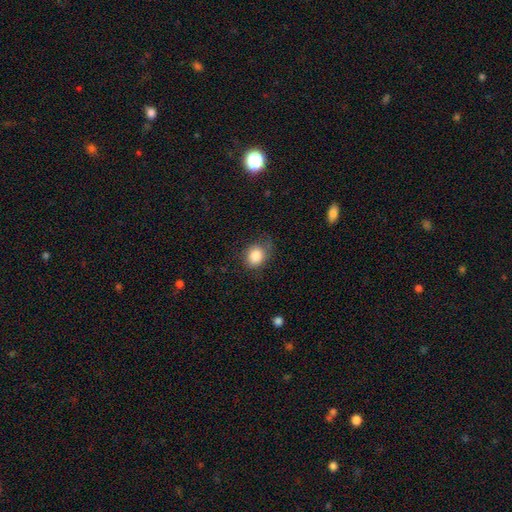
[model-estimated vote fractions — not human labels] Overall: smooth (85%). How rounded: round (62%; in between 37%). Merging: none (61%; minor disturbance 26%).